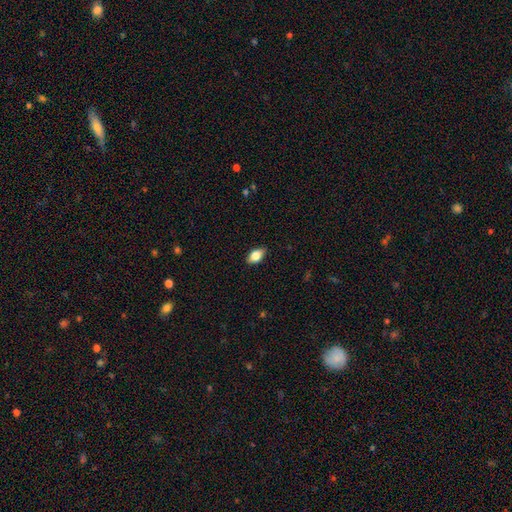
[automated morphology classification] The model was most divided on "smooth or featured": smooth: 75%, featured or disk: 17%, star or artifact: 8%. More confident: how rounded — in between (87%); merging — none (84%).